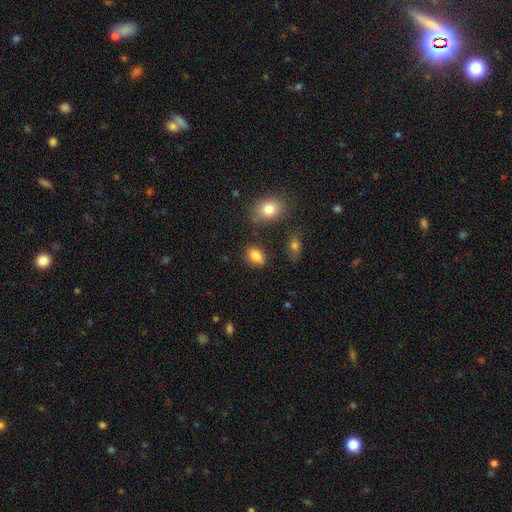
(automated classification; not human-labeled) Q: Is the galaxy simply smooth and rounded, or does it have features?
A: smooth — 83%.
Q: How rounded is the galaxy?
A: in between — 83%.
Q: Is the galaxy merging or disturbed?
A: none — 80%.